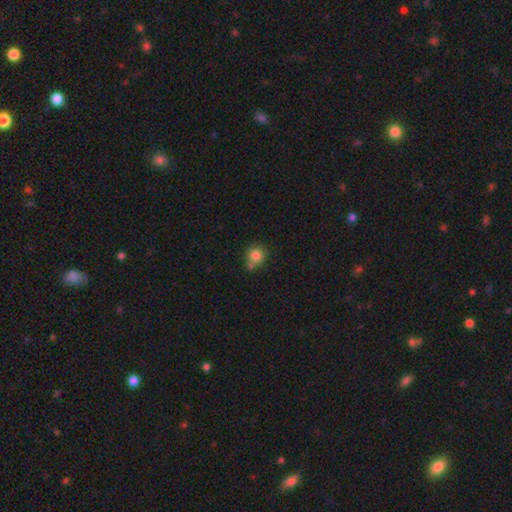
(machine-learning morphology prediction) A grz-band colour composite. It shows a smooth galaxy with no disk features (81%) that is round (80%). Merging: none (55%).